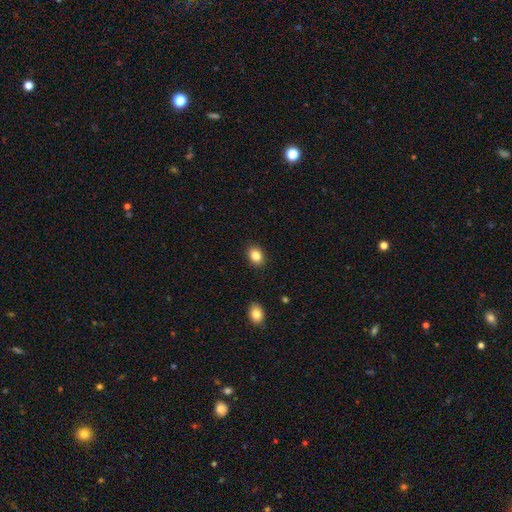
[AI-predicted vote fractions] A smooth galaxy with no disk features (85%) that is in between round and cigar-shaped (62%).

Vote fractions:
- Smooth or featured? smooth: 85% / star or artifact: 9% / featured or disk: 6%
- How rounded? in between: 62% / round: 37% / cigar-shaped: 1%
- Merging? none: 89% / minor disturbance: 8% / major disturbance: 2% / merger: 1%